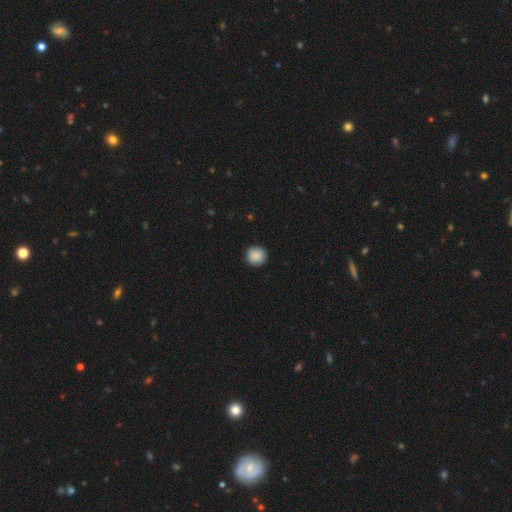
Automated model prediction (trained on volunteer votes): Smooth or featured?
  - smooth: 89% *
  - star or artifact: 8%
  - featured or disk: 3%
How rounded?
  - round: 94% *
  - in between: 5%
  - cigar-shaped: 1%
Merging?
  - none: 90% *
  - minor disturbance: 7%
  - major disturbance: 2%
  - merger: 1%